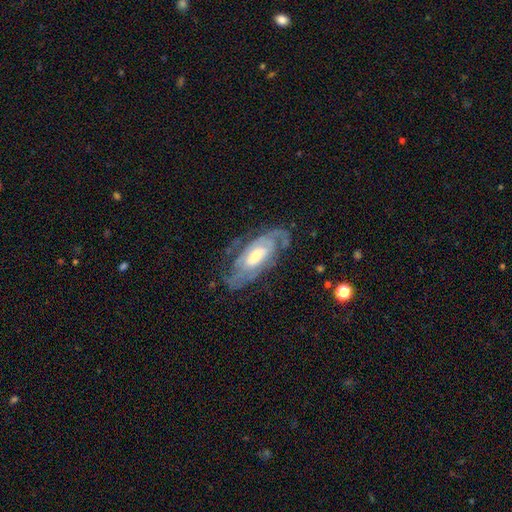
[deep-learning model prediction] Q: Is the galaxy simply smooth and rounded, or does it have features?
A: featured or disk — 84%.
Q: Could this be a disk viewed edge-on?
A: no — 90%.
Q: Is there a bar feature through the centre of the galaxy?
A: no — 44%.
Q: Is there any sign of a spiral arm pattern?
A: yes — 89%.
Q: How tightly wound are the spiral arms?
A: tight — 59%.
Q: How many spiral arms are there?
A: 2 — 44%.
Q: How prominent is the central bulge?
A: moderate — 57%.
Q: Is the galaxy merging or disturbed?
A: none — 69%.